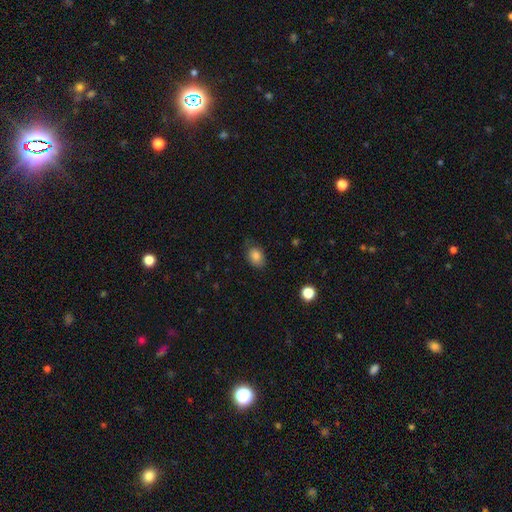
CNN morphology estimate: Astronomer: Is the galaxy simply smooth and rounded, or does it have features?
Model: smooth — 83%.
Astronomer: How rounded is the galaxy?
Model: in between — 78%.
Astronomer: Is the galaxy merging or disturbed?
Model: none — 71%.